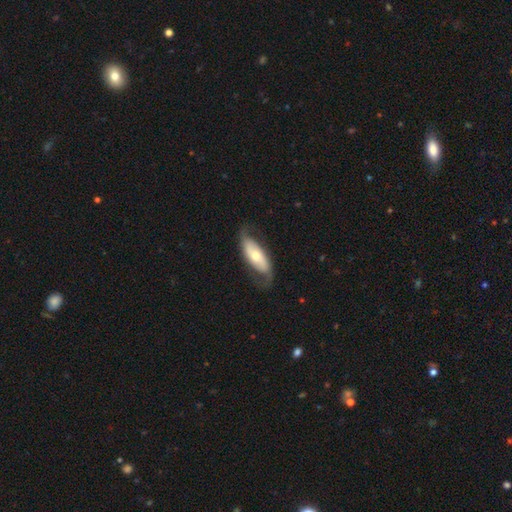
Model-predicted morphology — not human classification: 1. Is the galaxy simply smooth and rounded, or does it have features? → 57% featured or disk, 38% smooth, 5% star or artifact.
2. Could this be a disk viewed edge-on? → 83% no, 17% yes.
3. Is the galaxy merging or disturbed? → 65% none, 22% minor disturbance, 11% major disturbance, 1% merger.